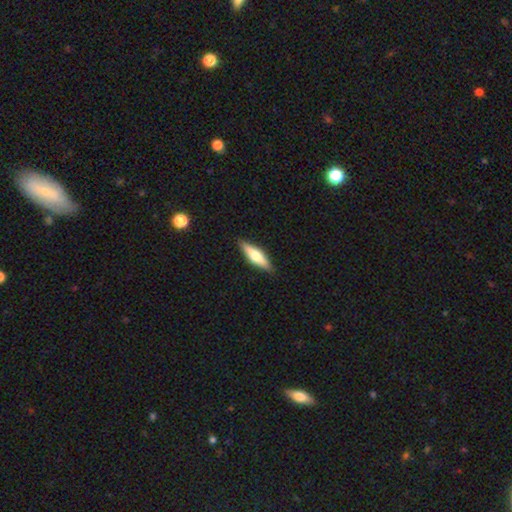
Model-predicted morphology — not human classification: type=smooth (50%); merging=none (89%).